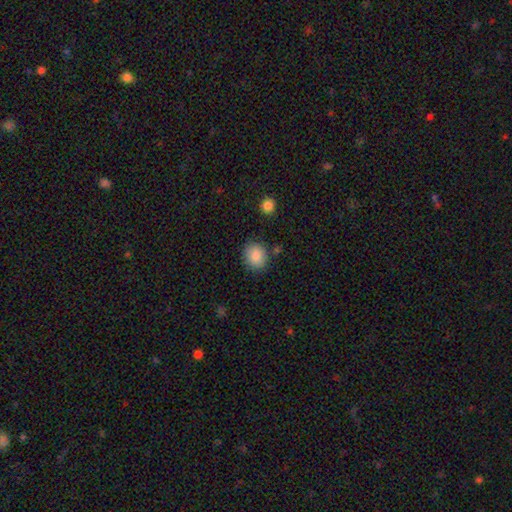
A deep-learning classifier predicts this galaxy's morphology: type=smooth (86%); roundness=round (70%); merging=none (84%).